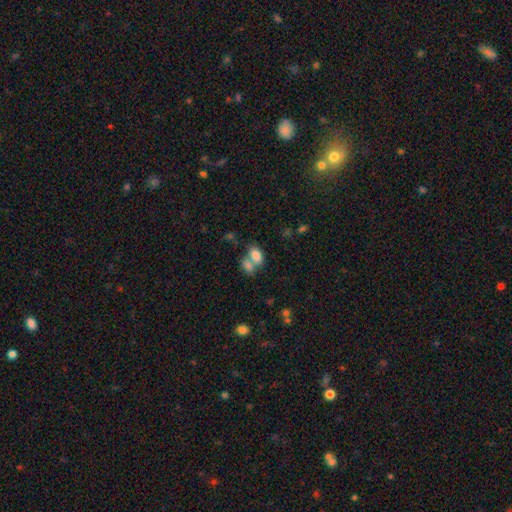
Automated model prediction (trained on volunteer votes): Smooth or featured? Predicted: smooth (p=0.80). How rounded? Predicted: in between (p=0.88). Merging? Predicted: merger (p=0.57).